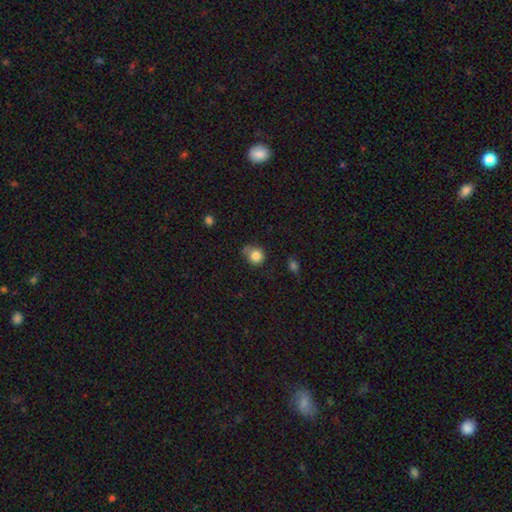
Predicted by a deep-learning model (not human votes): smooth 83%, star or artifact 10%, featured or disk 7%. Down the decision tree: how rounded — round (83%); merging — none (56%).